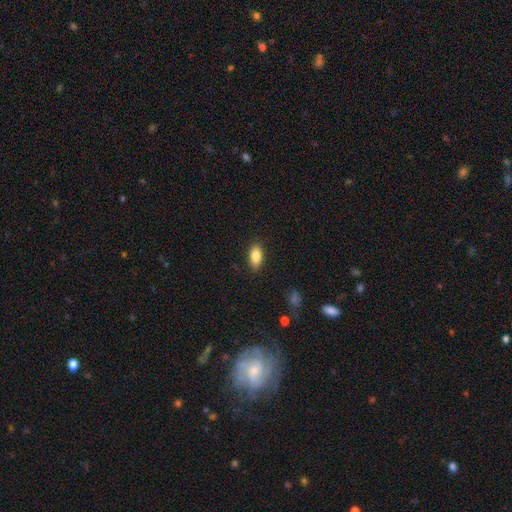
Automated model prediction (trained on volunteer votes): This is clearly a smooth galaxy (85%). How rounded: clearly in between (89%). Merging: clearly none (87%).